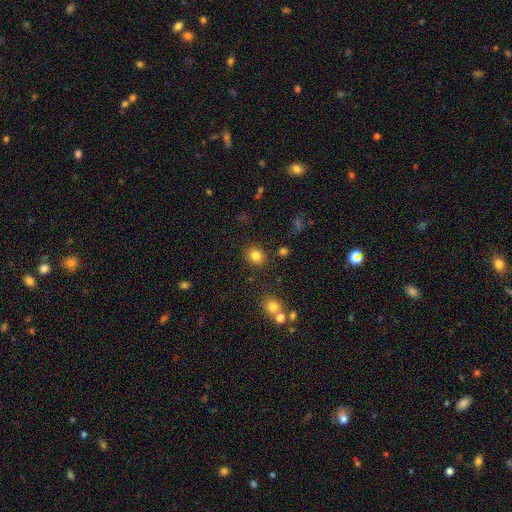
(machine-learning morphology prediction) This appears to be a smooth galaxy with no disk features (82%) that is round (69%). Merging: none (85%).